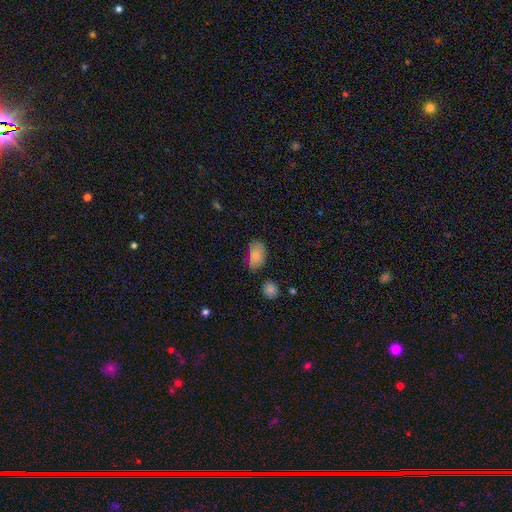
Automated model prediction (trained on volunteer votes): Smooth or featured: smooth — 82% (featured or disk — 9%)
How rounded: in between — 89% (round — 9%)
Merging: none — 64% (minor disturbance — 26%)